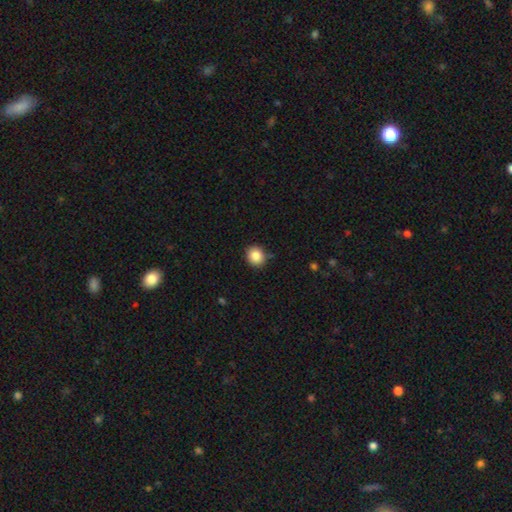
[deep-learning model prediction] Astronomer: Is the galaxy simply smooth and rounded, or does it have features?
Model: smooth — 85%.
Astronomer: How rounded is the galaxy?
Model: round — 81%.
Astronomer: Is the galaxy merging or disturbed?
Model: none — 86%.